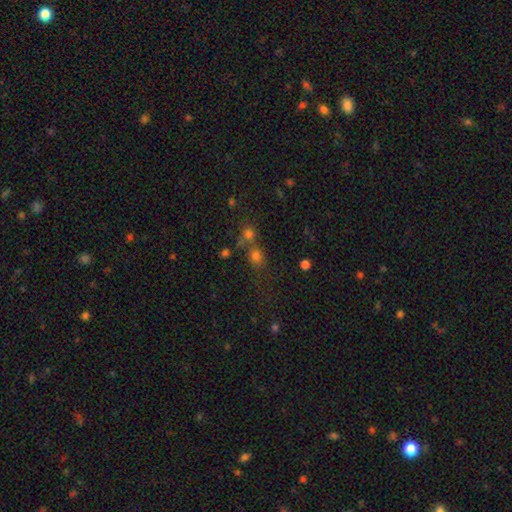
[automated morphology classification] Smooth or featured?
  - smooth: 59% *
  - star or artifact: 31%
  - featured or disk: 10%
How rounded?
  - round: 78% *
  - in between: 20%
  - cigar-shaped: 2%
Merging?
  - none: 54% *
  - merger: 32%
  - minor disturbance: 9%
  - major disturbance: 5%